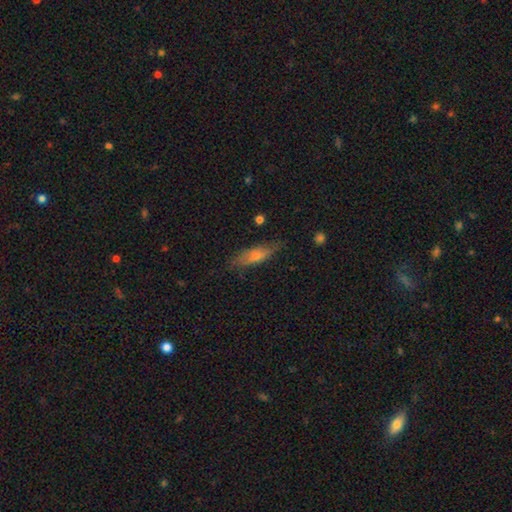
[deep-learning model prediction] A smooth galaxy with no disk features (58%) that is cigar-shaped (59%). Merging: none (76%).